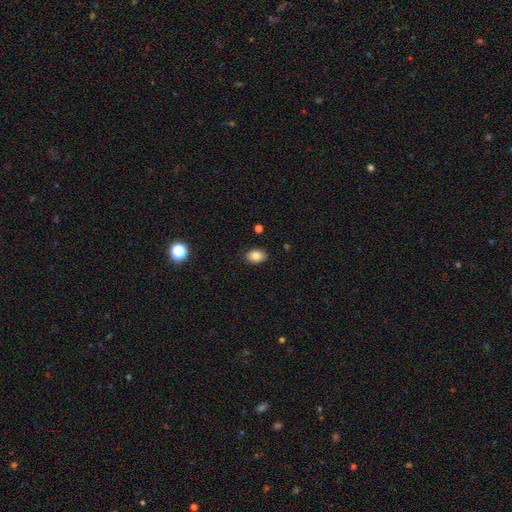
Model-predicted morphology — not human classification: The model was most divided on "how rounded": in between: 79%, round: 20%, cigar-shaped: 1%. More confident: merging — none (87%); smooth or featured — smooth (84%).